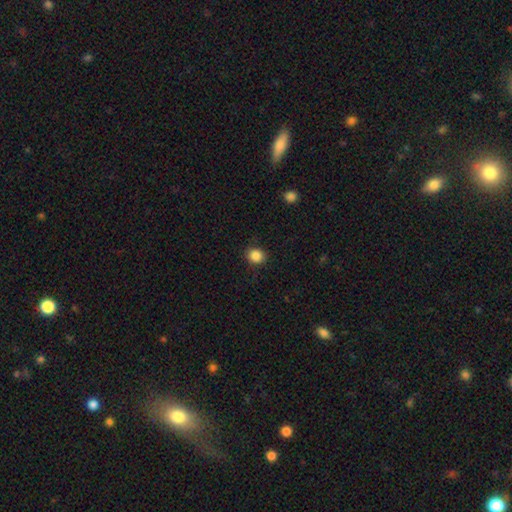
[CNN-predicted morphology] Smooth or featured? Predicted: smooth (p=0.87). How rounded? Predicted: round (p=0.81). Merging? Predicted: none (p=0.89).